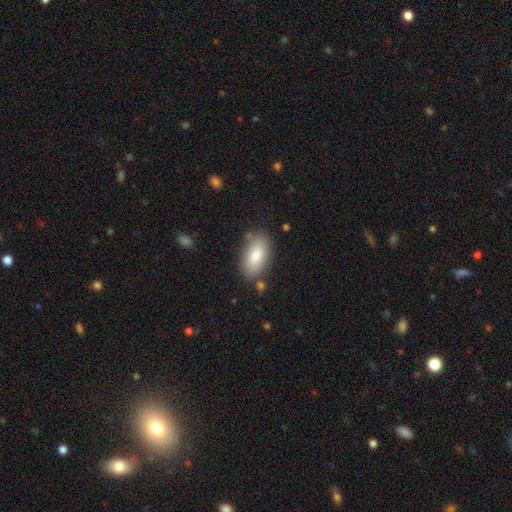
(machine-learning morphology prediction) Smooth or featured? smooth (83%)
How rounded? in between (92%)
Merging? none (78%)